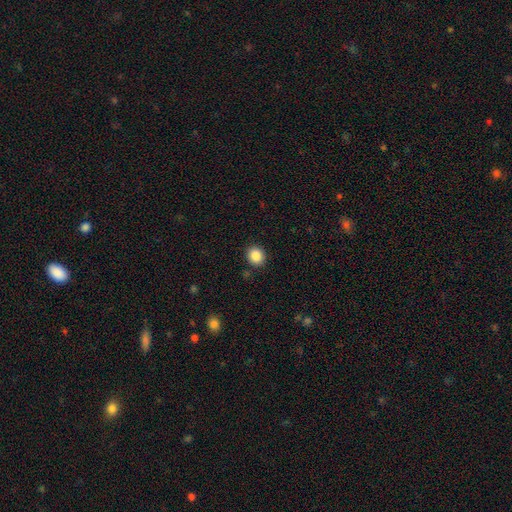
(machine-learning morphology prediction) smooth-or-featured: smooth: 87% | star or artifact: 9% | featured or disk: 3%
  how-rounded: round: 75% | in between: 24% | cigar-shaped: 1%
  merging: none: 89% | minor disturbance: 7% | major disturbance: 2% | merger: 2%